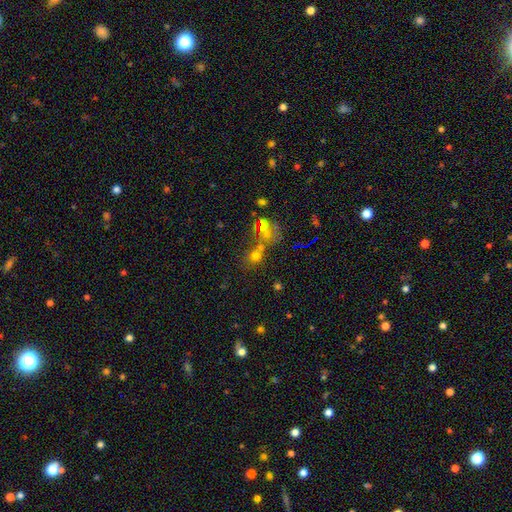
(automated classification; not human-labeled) Smooth or featured: smooth — 59% (star or artifact — 26%)
How rounded: round — 78% (in between — 20%)
Merging: none — 46% (merger — 38%)